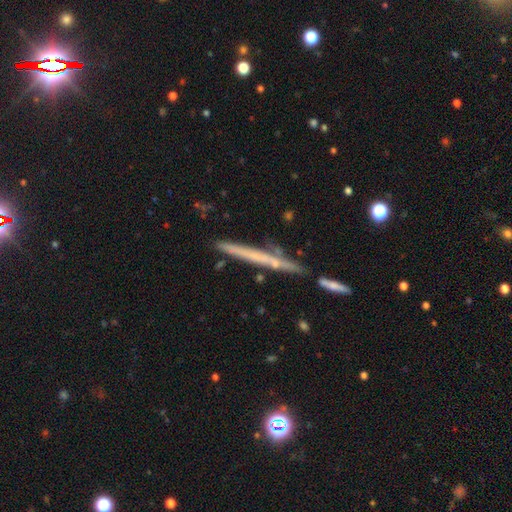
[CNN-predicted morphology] A featured or disk galaxy (55%) viewed edge-on (95%) with no central bulge (85%).

Vote fractions:
- Smooth or featured? featured or disk: 55% / smooth: 36% / star or artifact: 9%
- Edge-on disk? yes: 95% / no: 5%
- Edge-on bulge? none: 85% / rounded: 11% / boxy: 4%
- Merging? none: 77% / minor disturbance: 13% / merger: 7% / major disturbance: 3%